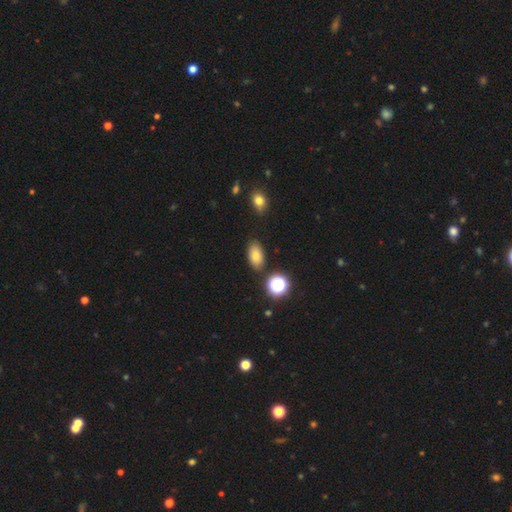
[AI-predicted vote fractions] smooth-or-featured: smooth: 73% | star or artifact: 18% | featured or disk: 10%
  how-rounded: in between: 87% | round: 11% | cigar-shaped: 2%
  merging: none: 84% | minor disturbance: 10% | merger: 4% | major disturbance: 3%